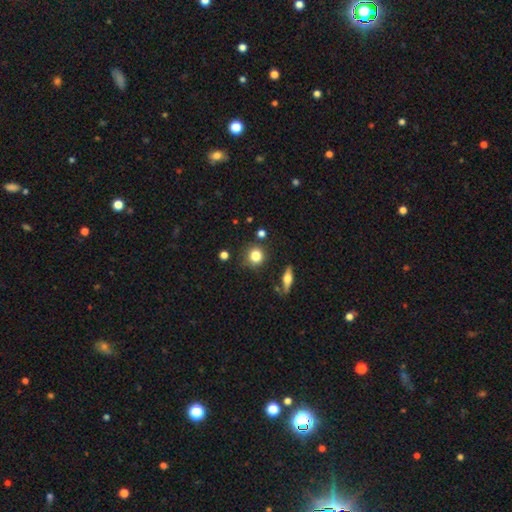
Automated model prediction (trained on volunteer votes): smooth 82%, star or artifact 10%, featured or disk 8%. Down the decision tree: how rounded — round (86%); merging — none (80%).